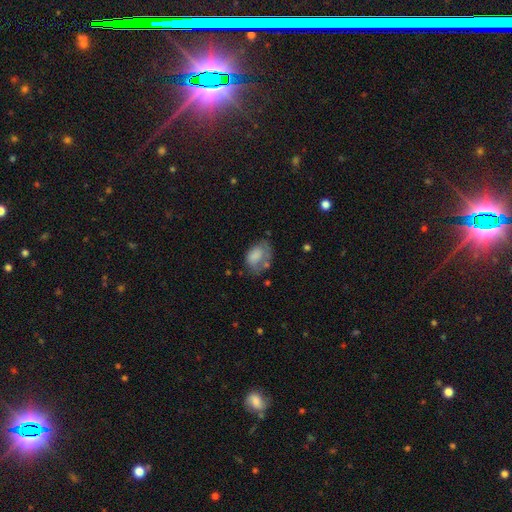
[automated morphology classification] Smooth or featured?
  - smooth: 68% *
  - featured or disk: 23%
  - star or artifact: 8%
How rounded?
  - in between: 79% *
  - round: 19%
  - cigar-shaped: 1%
Merging?
  - none: 39% *
  - minor disturbance: 30%
  - major disturbance: 25%
  - merger: 6%